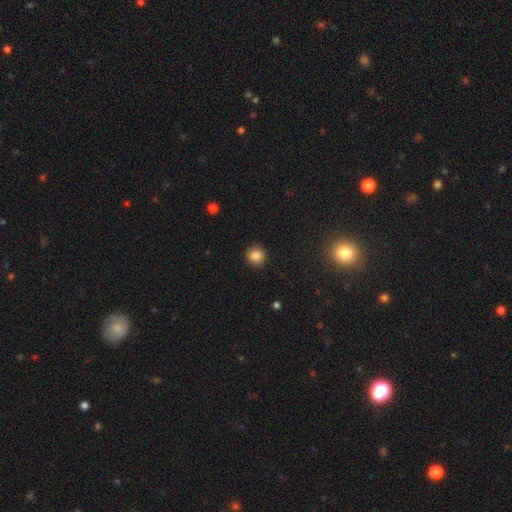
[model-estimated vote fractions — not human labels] Smooth or featured? smooth (85%)
How rounded? round (92%)
Merging? none (92%)